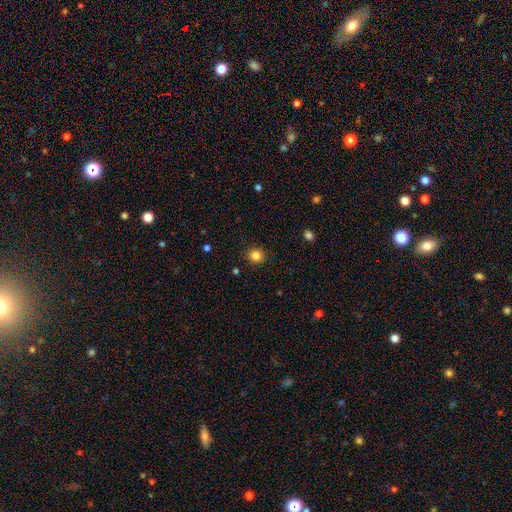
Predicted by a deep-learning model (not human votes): Smooth or featured?
  - smooth: 84% *
  - star or artifact: 11%
  - featured or disk: 4%
How rounded?
  - round: 86% *
  - in between: 13%
  - cigar-shaped: 1%
Merging?
  - none: 90% *
  - minor disturbance: 7%
  - major disturbance: 2%
  - merger: 1%